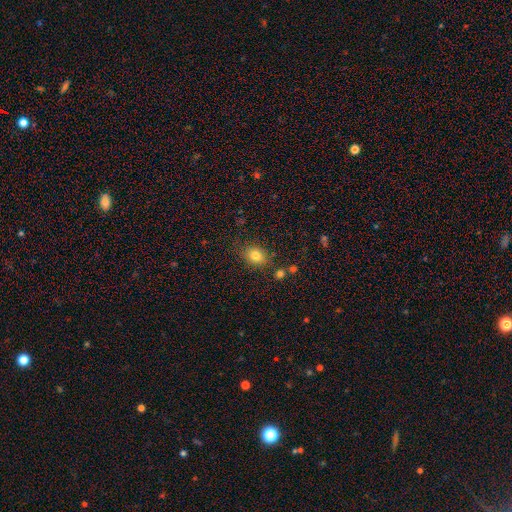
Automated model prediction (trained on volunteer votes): A smooth galaxy with no disk features (80%) that is round (53%). Merging: none (80%).